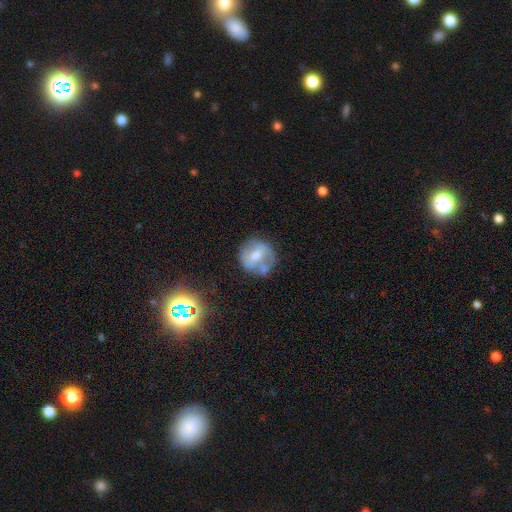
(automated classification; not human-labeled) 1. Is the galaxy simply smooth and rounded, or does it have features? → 50% featured or disk, 41% smooth, 9% star or artifact.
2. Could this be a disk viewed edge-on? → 96% no, 4% yes.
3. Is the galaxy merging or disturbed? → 53% none, 23% minor disturbance, 13% merger, 11% major disturbance.